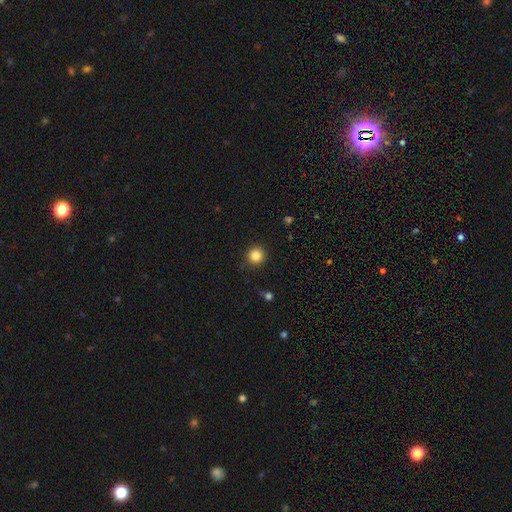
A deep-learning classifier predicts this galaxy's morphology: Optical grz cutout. It shows a smooth galaxy with no disk features (85%) that is round (95%). Merging: none (91%).